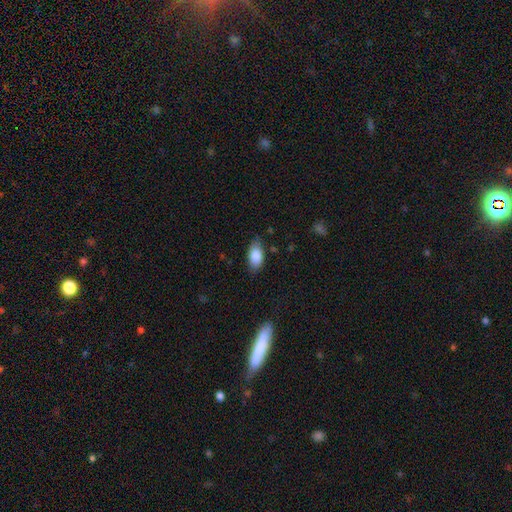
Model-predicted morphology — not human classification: smooth 85%, featured or disk 8%, star or artifact 7%. Down the decision tree: how rounded — in between (92%); merging — none (77%).